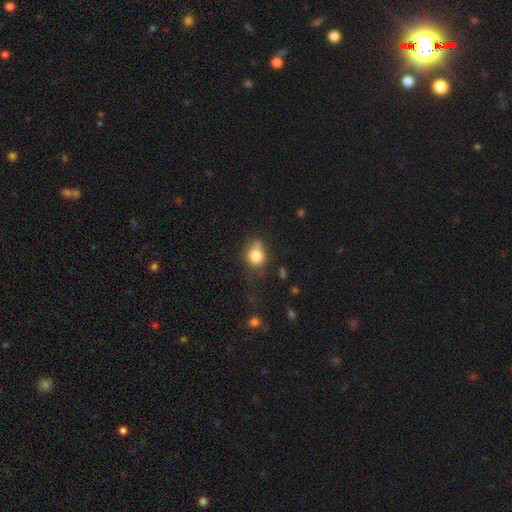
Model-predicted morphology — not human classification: The model was most divided on "merging": none: 47%, minor disturbance: 30%, major disturbance: 13%, merger: 10%. More confident: smooth or featured — smooth (80%); how rounded — round (64%).